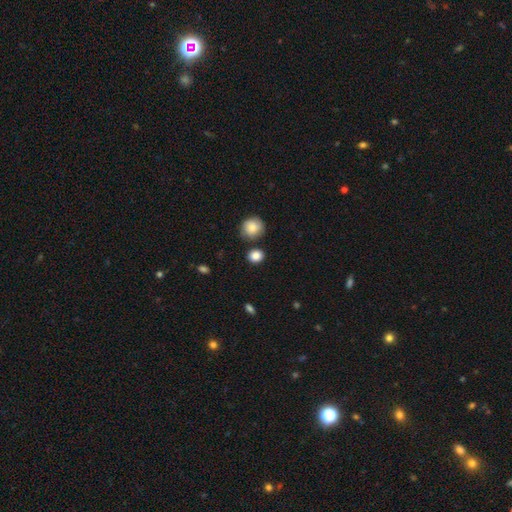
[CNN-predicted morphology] The model was most divided on "how rounded": round: 74%, in between: 25%, cigar-shaped: 1%. More confident: smooth or featured — smooth (86%); merging — none (80%).